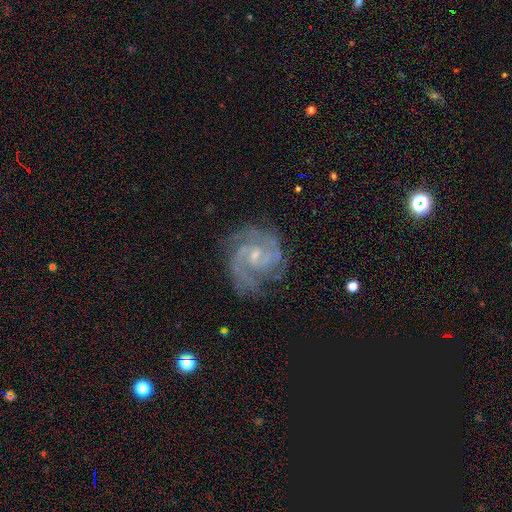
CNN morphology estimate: type=featured or disk (90%); edge-on=no (98%); bar=weak (49%); spiral arms=yes (98%); winding=medium (48%); arm count=2 (61%); bulge=small (71%); merging=none (73%).